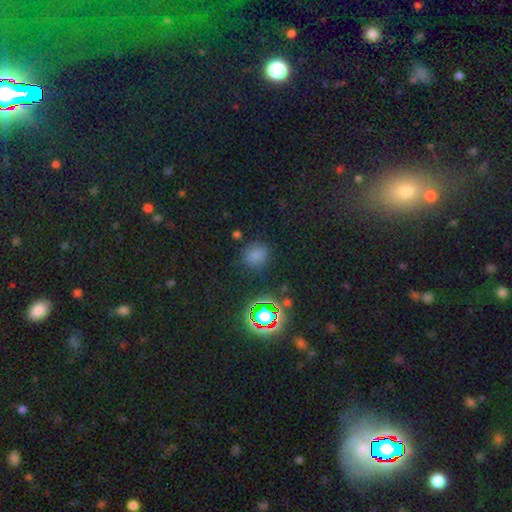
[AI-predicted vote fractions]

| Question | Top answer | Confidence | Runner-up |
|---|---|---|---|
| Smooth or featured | smooth | 67% | star or artifact (27%) |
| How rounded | round | 82% | in between (17%) |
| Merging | none | 80% | minor disturbance (12%) |